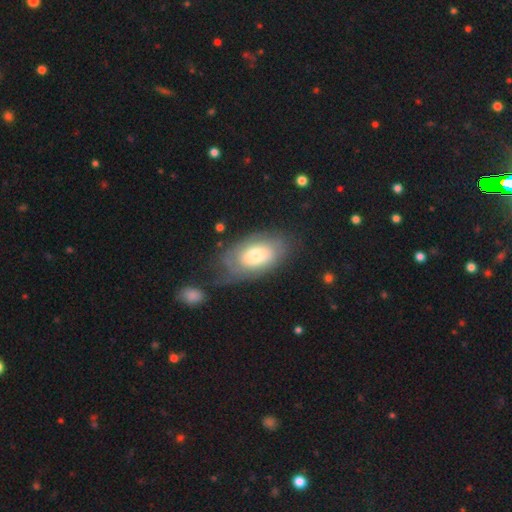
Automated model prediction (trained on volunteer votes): A featured or disk galaxy (48%). Merging: none (59%).